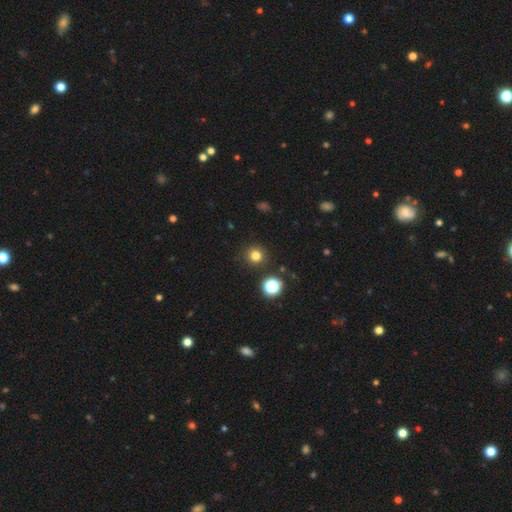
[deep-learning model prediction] This appears to be a smooth galaxy with no disk features (79%) that is round (93%). Merging: none (90%).